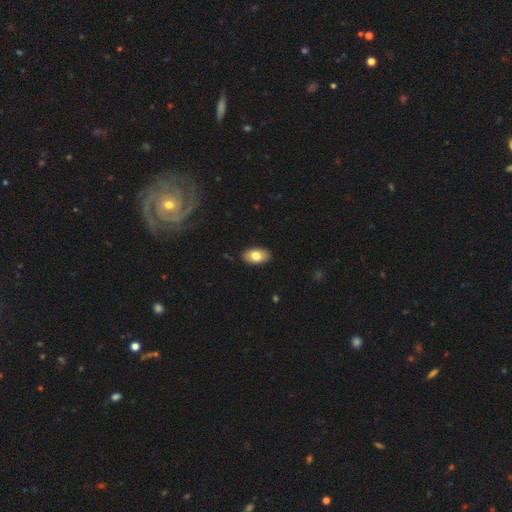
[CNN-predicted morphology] The model was most divided on "smooth or featured": smooth: 78%, featured or disk: 15%, star or artifact: 7%. More confident: how rounded — in between (93%); merging — none (89%).